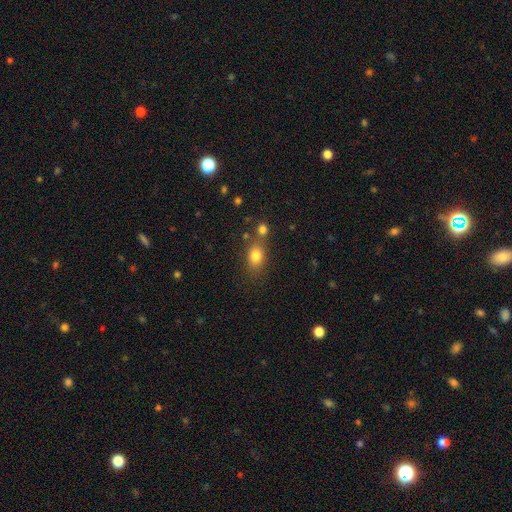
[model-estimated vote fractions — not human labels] smooth-or-featured: smooth: 80% | star or artifact: 11% | featured or disk: 8%
  how-rounded: in between: 68% | round: 30% | cigar-shaped: 2%
  merging: none: 64% | merger: 19% | minor disturbance: 13% | major disturbance: 4%